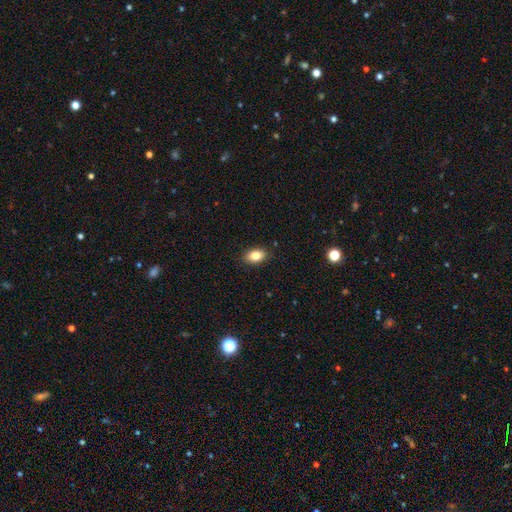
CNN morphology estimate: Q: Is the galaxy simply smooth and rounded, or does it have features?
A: smooth — 84%.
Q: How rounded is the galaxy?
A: in between — 87%.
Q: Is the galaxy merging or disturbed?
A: none — 89%.